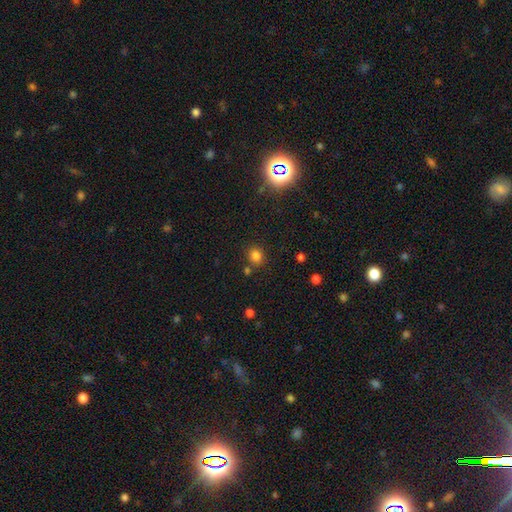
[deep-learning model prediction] Overall: smooth (79%). How rounded: round (66%; in between 33%). Merging: none (77%).